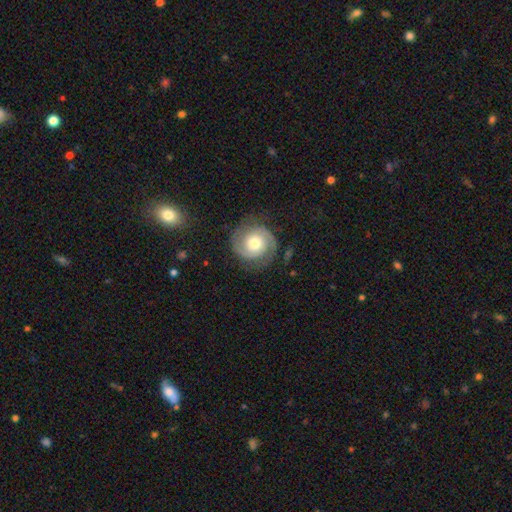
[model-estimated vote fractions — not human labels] The model was most divided on "smooth or featured": featured or disk: 56%, smooth: 27%, star or artifact: 17%. More confident: edge-on disk — no (96%); merging — none (82%); spiral arms — yes (81%); bar — no (66%); bulge size — moderate (64%).